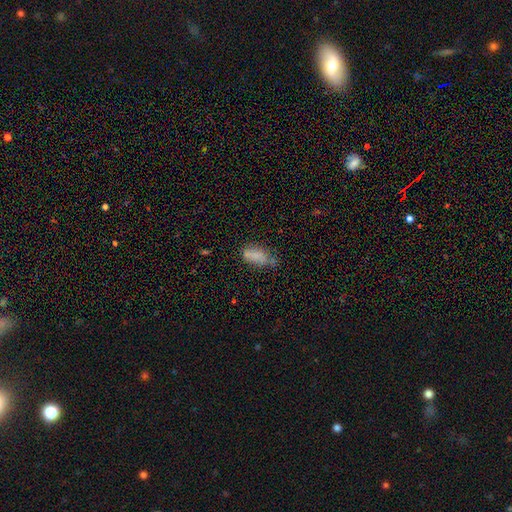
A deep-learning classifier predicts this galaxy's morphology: Overall: smooth (72%). How rounded: in between (84%). Merging: none (42%; minor disturbance 30%).